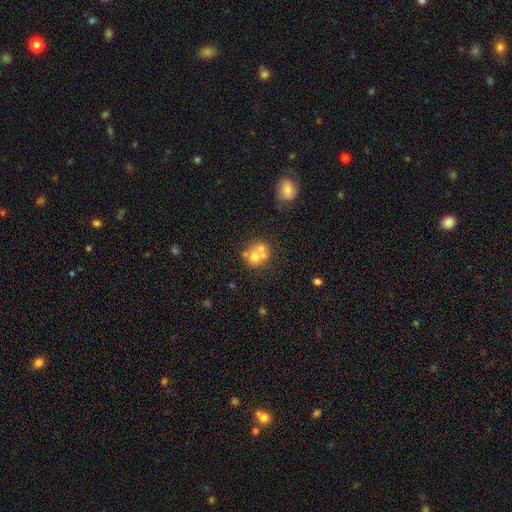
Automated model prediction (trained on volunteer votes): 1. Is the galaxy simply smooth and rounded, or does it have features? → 59% smooth, 29% featured or disk, 12% star or artifact.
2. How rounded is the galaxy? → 78% round, 21% in between, 1% cigar-shaped.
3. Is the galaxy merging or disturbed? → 52% merger, 35% none, 8% minor disturbance, 5% major disturbance.